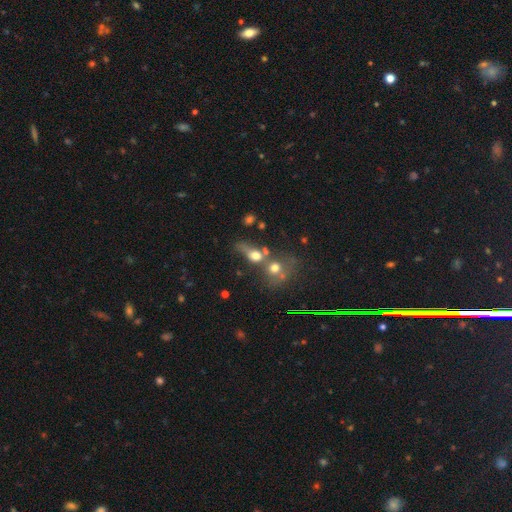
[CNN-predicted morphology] Q: Smooth or featured?
A: smooth (63%); runner-up: featured or disk (20%)
Q: How rounded?
A: round (49%); runner-up: in between (44%)
Q: Merging?
A: merger (50%); runner-up: none (25%)